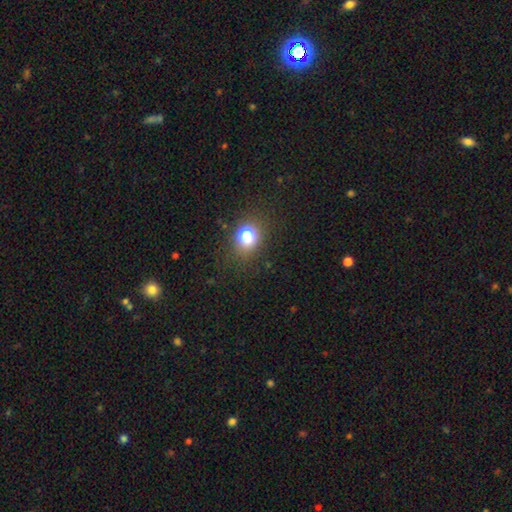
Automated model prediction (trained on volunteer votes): A smooth galaxy with no disk features (75%) that is round (66%).

Vote fractions:
- Smooth or featured? smooth: 75% / star or artifact: 19% / featured or disk: 6%
- How rounded? round: 66% / in between: 32% / cigar-shaped: 1%
- Merging? none: 88% / minor disturbance: 8% / major disturbance: 3% / merger: 1%